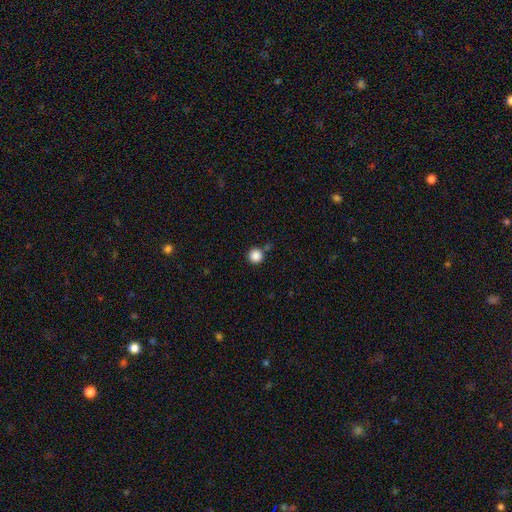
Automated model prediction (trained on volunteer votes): This appears to be a smooth galaxy with no disk features (86%) that is round (96%). Merging: none (82%).